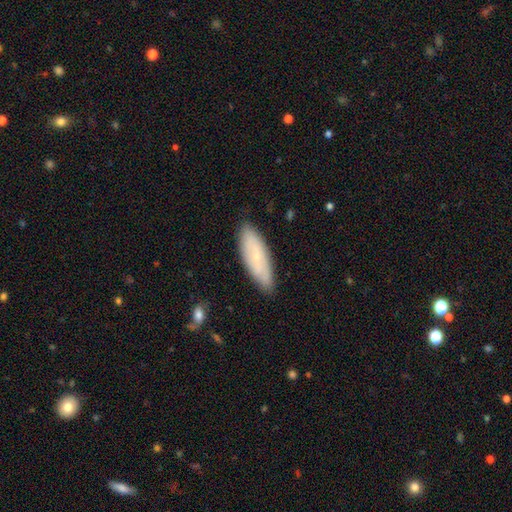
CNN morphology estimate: A smooth galaxy with no disk features (58%) that is in between round and cigar-shaped (63%). Merging: none (83%).